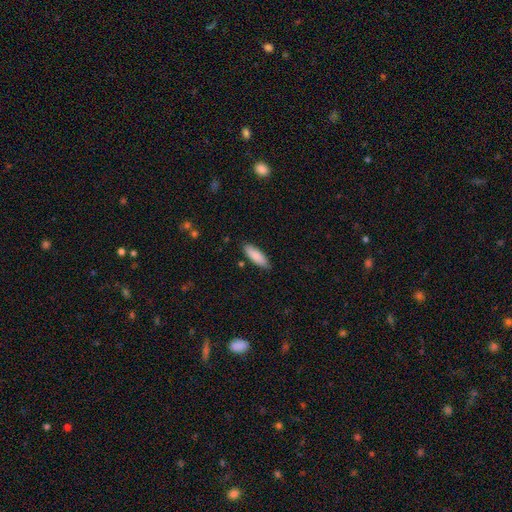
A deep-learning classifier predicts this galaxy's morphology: Q: Smooth or featured?
A: smooth (87%); runner-up: featured or disk (8%)
Q: How rounded?
A: in between (56%); runner-up: cigar-shaped (43%)
Q: Merging?
A: none (86%); runner-up: minor disturbance (10%)